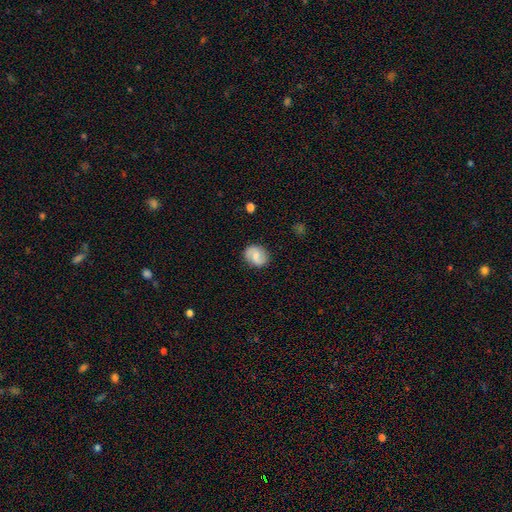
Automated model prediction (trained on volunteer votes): smooth_or_featured: featured or disk (p=0.54) [alt: smooth p=0.39]
disk_edge_on: no (p=0.98) [alt: yes p=0.02]
bar: weak (p=0.51) [alt: no p=0.36]
has_spiral_arms: yes (p=0.90) [alt: no p=0.10]
bulge_size: small (p=0.42) [alt: moderate p=0.41]
merging: none (p=0.83) [alt: minor disturbance p=0.12]